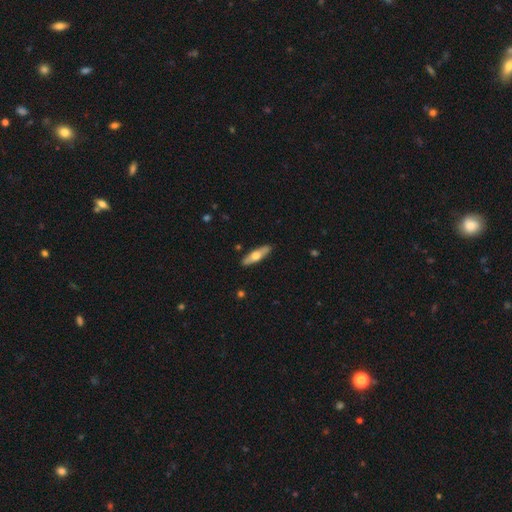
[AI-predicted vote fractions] smooth_or_featured: smooth (p=0.52) [alt: featured or disk p=0.43]
how_rounded: cigar-shaped (p=0.64) [alt: in between p=0.33]
merging: none (p=0.89) [alt: minor disturbance p=0.08]